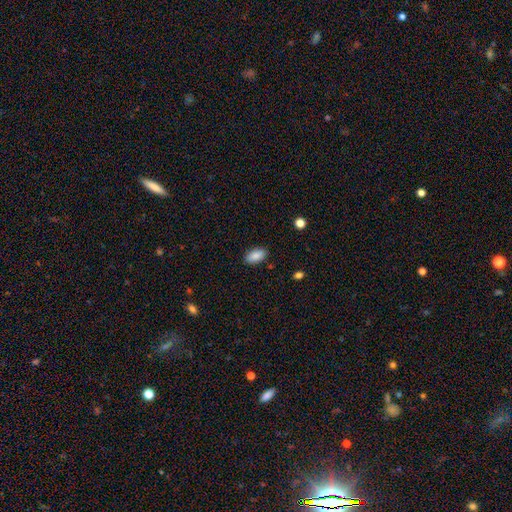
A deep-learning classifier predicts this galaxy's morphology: This appears to be a smooth galaxy with no disk features (87%) that is in between round and cigar-shaped (93%). Merging: none (87%).